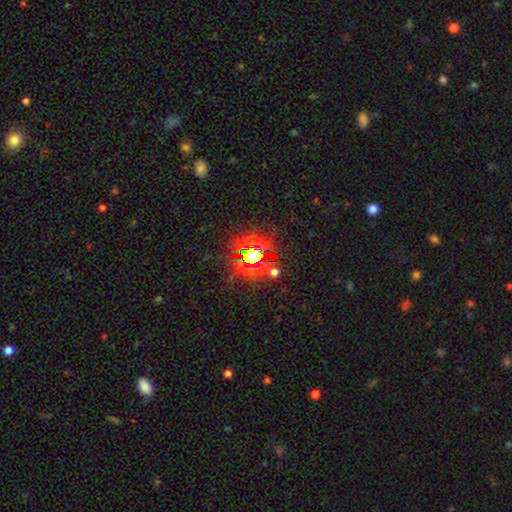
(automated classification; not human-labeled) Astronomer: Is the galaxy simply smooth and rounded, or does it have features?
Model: star or artifact — 72%.